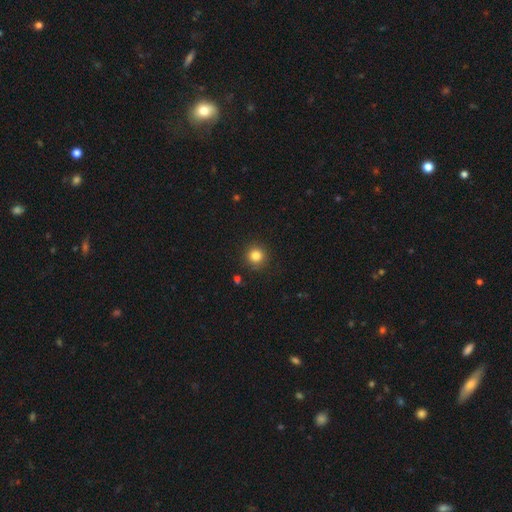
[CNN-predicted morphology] Smooth or featured? smooth (83%)
How rounded? round (94%)
Merging? none (90%)